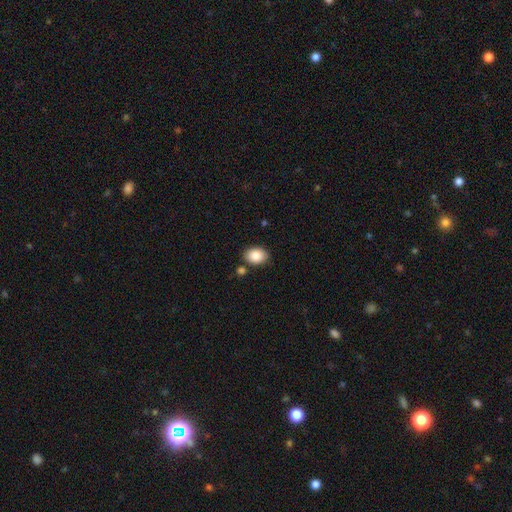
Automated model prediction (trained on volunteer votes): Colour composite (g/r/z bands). It shows a smooth galaxy with no disk features (87%) that is in between round and cigar-shaped (76%). Merging: none (80%).